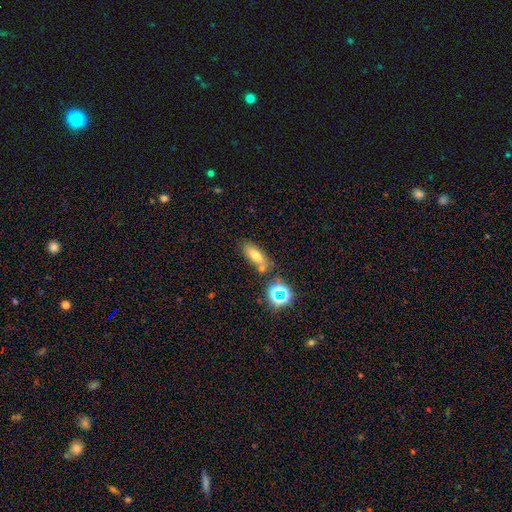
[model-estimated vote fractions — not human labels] Smooth or featured?
  - smooth: 68% *
  - star or artifact: 17%
  - featured or disk: 16%
How rounded?
  - in between: 69% *
  - cigar-shaped: 23%
  - round: 8%
Merging?
  - none: 64% *
  - merger: 17%
  - minor disturbance: 14%
  - major disturbance: 5%